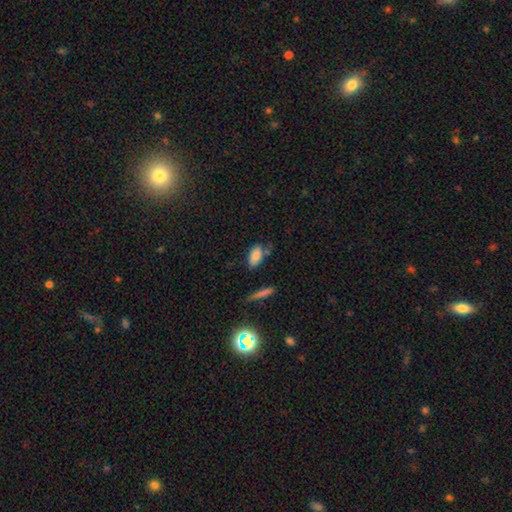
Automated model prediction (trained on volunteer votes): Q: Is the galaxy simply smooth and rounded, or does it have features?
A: smooth — 84%.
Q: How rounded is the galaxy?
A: in between — 90%.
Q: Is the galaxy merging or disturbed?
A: none — 62%.